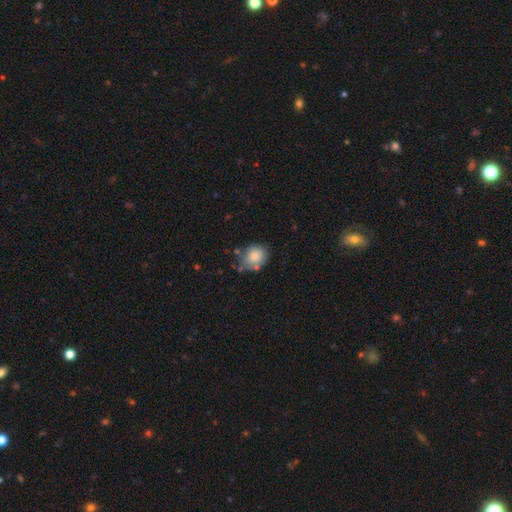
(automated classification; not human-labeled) Q: Smooth or featured?
A: smooth (81%); runner-up: featured or disk (10%)
Q: How rounded?
A: round (61%); runner-up: in between (38%)
Q: Merging?
A: none (61%); runner-up: minor disturbance (23%)